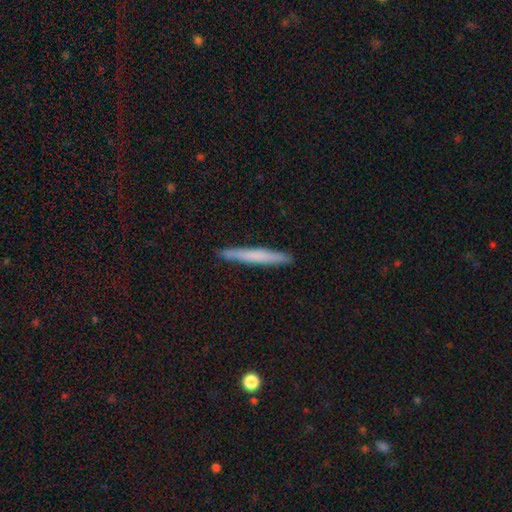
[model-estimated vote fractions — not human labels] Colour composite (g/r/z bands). It shows a smooth galaxy with no disk features (65%) that is cigar-shaped (97%). Merging: none (91%).